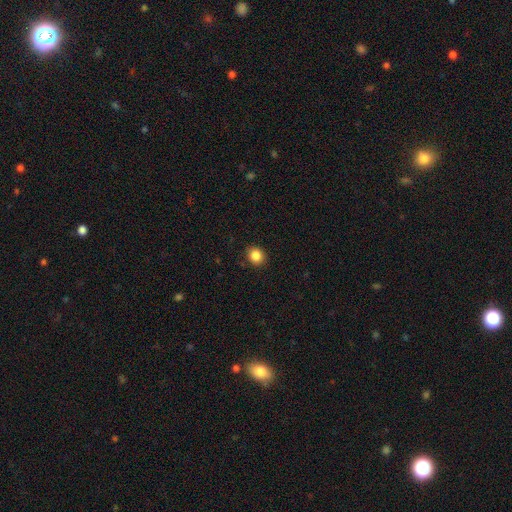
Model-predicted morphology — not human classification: smooth_or_featured: smooth (p=0.86) [alt: star or artifact p=0.10]
how_rounded: round (p=0.78) [alt: in between p=0.21]
merging: none (p=0.90) [alt: minor disturbance p=0.07]